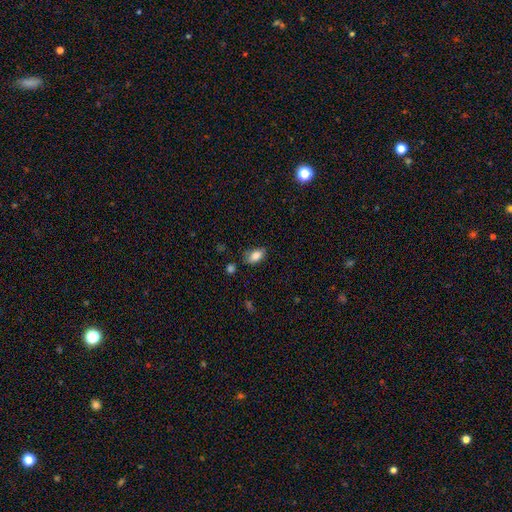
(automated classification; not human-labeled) This is clearly a smooth galaxy (84%). How rounded: clearly in between (90%). Merging: likely none (75%).